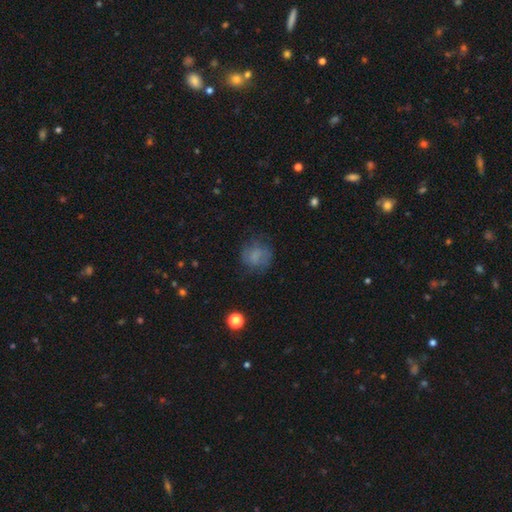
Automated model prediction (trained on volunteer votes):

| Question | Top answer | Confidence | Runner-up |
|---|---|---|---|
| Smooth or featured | smooth | 63% | featured or disk (25%) |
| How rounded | round | 78% | in between (21%) |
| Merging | none | 66% | minor disturbance (20%) |